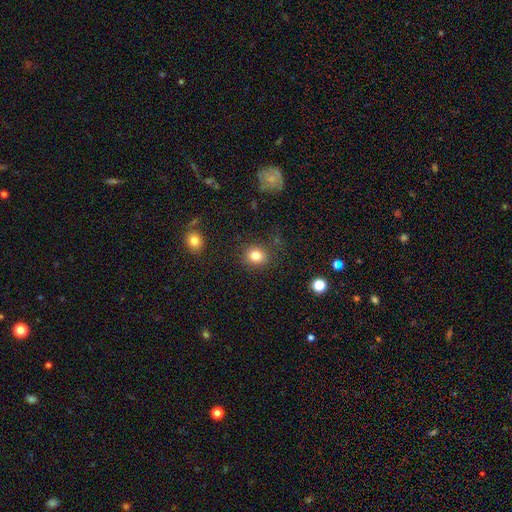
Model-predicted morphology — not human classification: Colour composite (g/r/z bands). It shows a smooth galaxy with no disk features (83%) that is round (75%). Merging: none (85%).